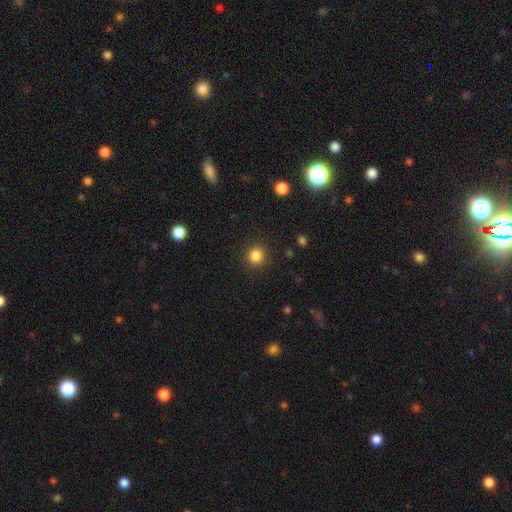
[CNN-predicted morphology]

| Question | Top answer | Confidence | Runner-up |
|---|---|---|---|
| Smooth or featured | smooth | 84% | star or artifact (12%) |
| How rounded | round | 92% | in between (8%) |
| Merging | none | 90% | minor disturbance (6%) |